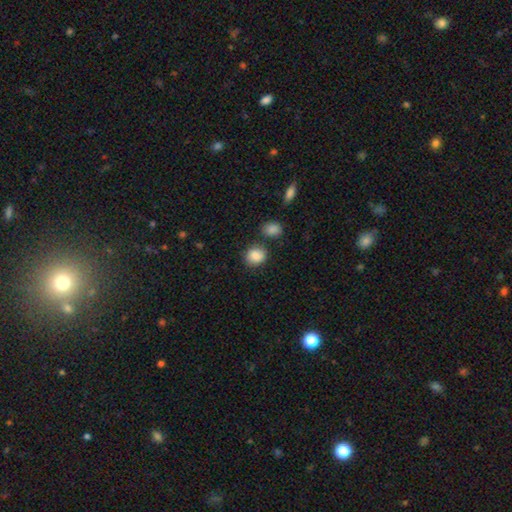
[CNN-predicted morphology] Smooth or featured? smooth (87%)
How rounded? round (73%)
Merging? none (74%)